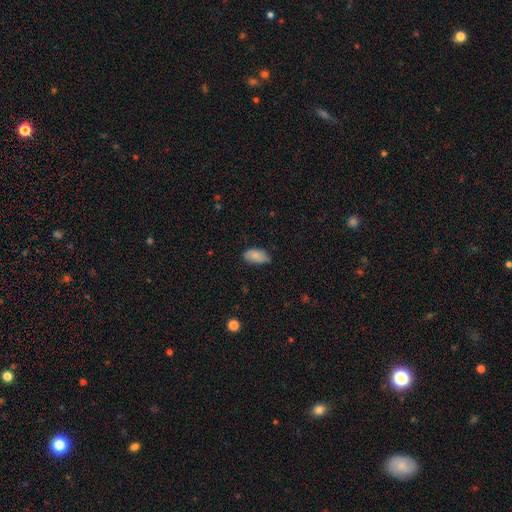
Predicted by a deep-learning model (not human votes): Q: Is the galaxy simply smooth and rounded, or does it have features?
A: smooth — 84%.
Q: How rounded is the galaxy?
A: in between — 94%.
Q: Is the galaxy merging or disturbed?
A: none — 64%.